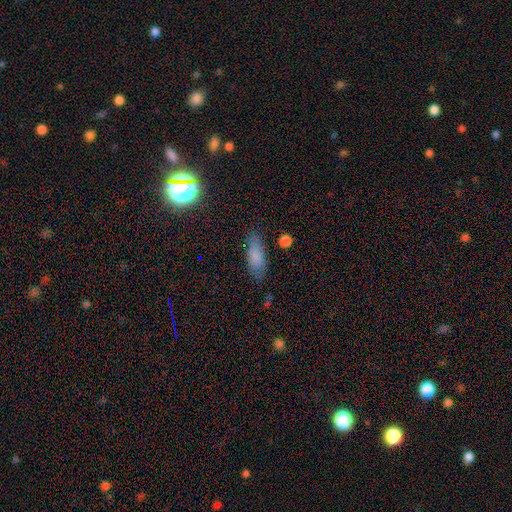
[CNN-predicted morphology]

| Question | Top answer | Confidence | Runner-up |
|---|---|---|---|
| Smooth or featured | smooth | 79% | star or artifact (11%) |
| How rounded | in between | 70% | cigar-shaped (27%) |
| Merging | none | 78% | minor disturbance (16%) |